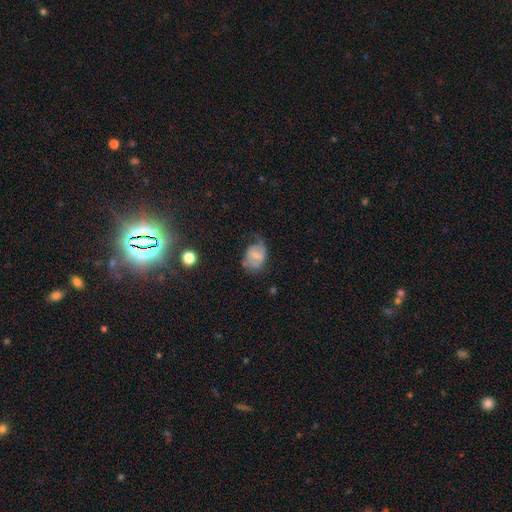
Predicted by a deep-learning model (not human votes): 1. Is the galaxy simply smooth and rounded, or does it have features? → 53% smooth, 38% featured or disk, 9% star or artifact.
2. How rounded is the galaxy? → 70% in between, 29% round, 1% cigar-shaped.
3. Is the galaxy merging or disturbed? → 41% none, 34% minor disturbance, 23% major disturbance, 2% merger.